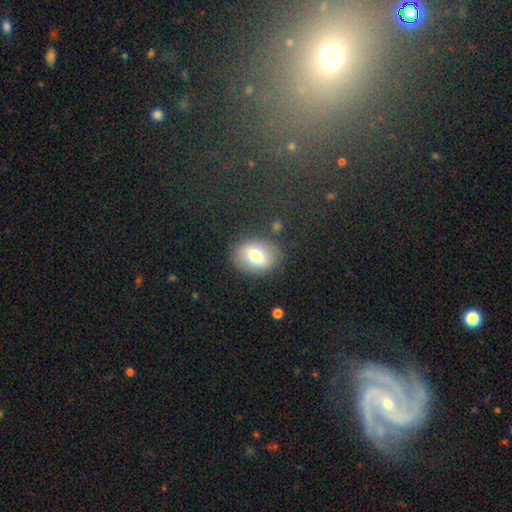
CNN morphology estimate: Smooth or featured? smooth (68%)
How rounded? in between (66%)
Merging? none (81%)